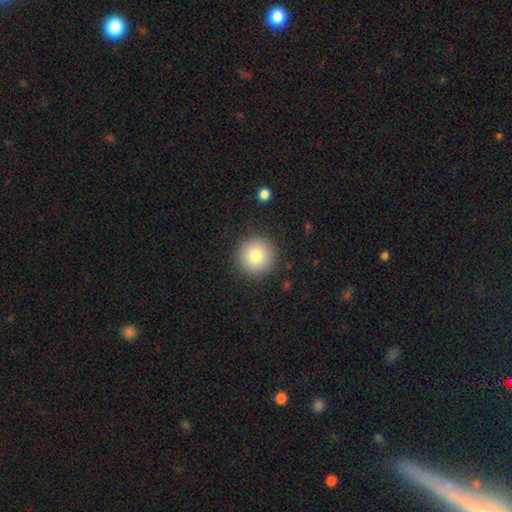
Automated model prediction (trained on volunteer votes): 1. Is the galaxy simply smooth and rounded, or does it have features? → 81% smooth, 10% featured or disk, 9% star or artifact.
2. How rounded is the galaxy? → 95% round, 4% in between, 1% cigar-shaped.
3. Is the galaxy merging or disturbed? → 90% none, 6% minor disturbance, 2% major disturbance, 1% merger.